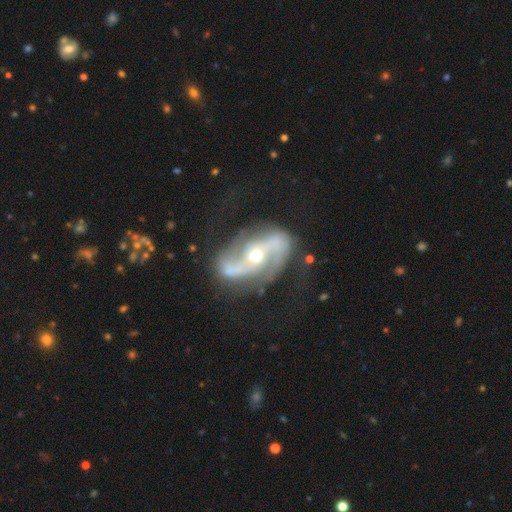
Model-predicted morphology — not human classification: Smooth or featured? Predicted: featured or disk (p=0.90). Edge-on disk? Predicted: no (p=0.96). Bar? Predicted: no (p=0.37). Spiral arms? Predicted: yes (p=0.96). Spiral winding? Predicted: loose (p=0.45). Spiral arm count? Predicted: 2 (p=0.92). Bulge size? Predicted: moderate (p=0.54). Merging? Predicted: none (p=0.71).